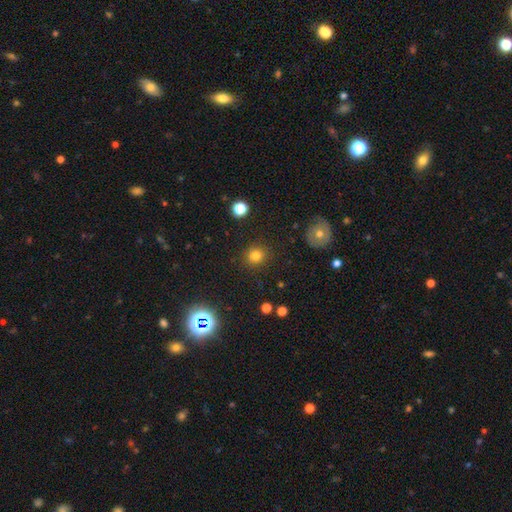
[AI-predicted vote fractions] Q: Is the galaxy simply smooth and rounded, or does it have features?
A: smooth — 79%.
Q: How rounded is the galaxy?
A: round — 89%.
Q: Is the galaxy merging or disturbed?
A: none — 89%.